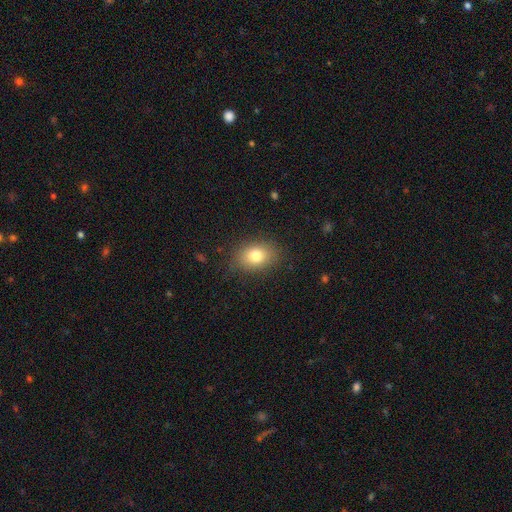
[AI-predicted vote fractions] smooth_or_featured: smooth (p=0.79) [alt: featured or disk p=0.11]
how_rounded: in between (p=0.71) [alt: round p=0.27]
merging: none (p=0.84) [alt: minor disturbance p=0.11]